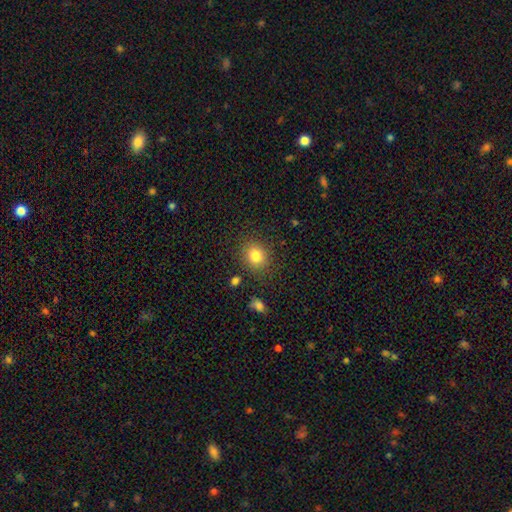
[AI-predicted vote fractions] Smooth or featured? Predicted: smooth (p=0.82). How rounded? Predicted: round (p=0.72). Merging? Predicted: none (p=0.85).